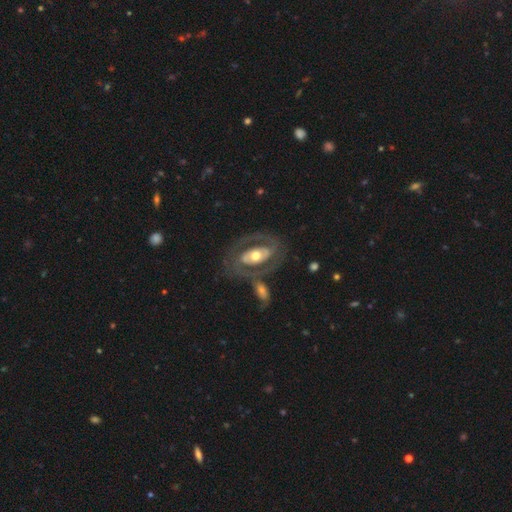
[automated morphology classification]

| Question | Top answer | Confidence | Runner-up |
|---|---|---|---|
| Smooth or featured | featured or disk | 76% | smooth (19%) |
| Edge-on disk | no | 94% | yes (6%) |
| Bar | no | 57% | weak (23%) |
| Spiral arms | yes | 63% | no (37%) |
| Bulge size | moderate | 70% | large (17%) |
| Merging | none | 61% | minor disturbance (14%) |